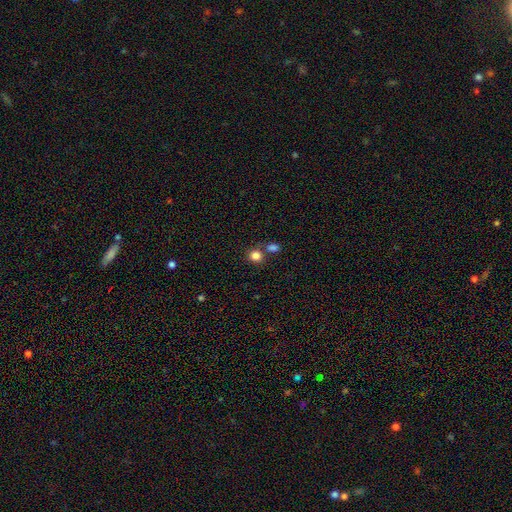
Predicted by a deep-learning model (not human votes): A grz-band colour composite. It shows a smooth galaxy with no disk features (83%) that is round (82%). Merging: none (66%).